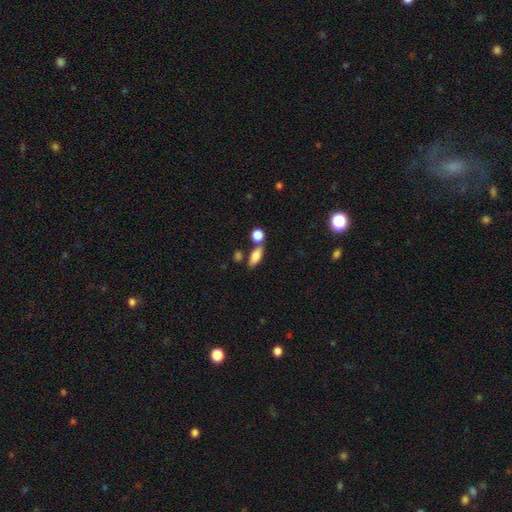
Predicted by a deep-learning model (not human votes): smooth 79%, featured or disk 12%, star or artifact 9%. Down the decision tree: how rounded — in between (74%); merging — none (63%).